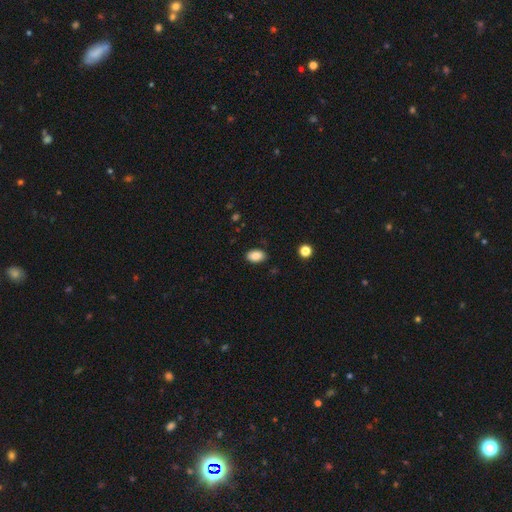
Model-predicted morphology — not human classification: A smooth galaxy with no disk features (87%) that is in between round and cigar-shaped (89%).

Vote fractions:
- Smooth or featured? smooth: 87% / star or artifact: 8% / featured or disk: 5%
- How rounded? in between: 89% / round: 10% / cigar-shaped: 1%
- Merging? none: 87% / minor disturbance: 9% / major disturbance: 2% / merger: 1%